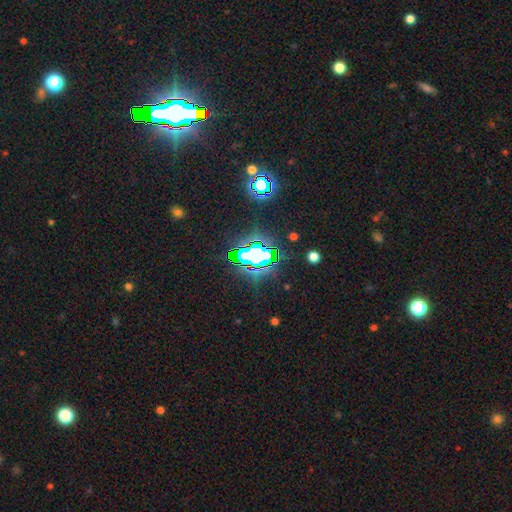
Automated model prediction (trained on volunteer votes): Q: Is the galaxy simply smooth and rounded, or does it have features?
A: star or artifact — 69%.